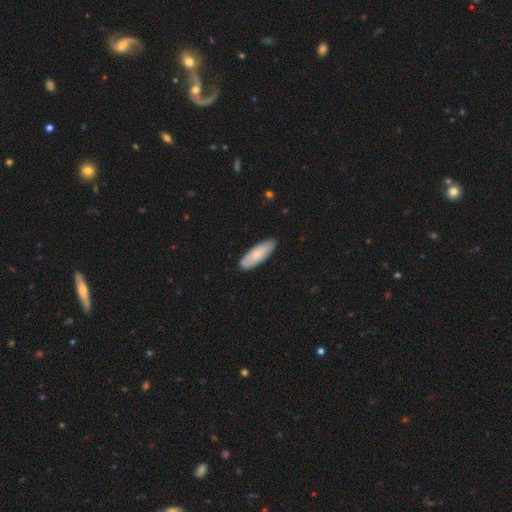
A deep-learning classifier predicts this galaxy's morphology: smooth 69%, featured or disk 25%, star or artifact 5%. Down the decision tree: how rounded — in between (64%); merging — none (84%).